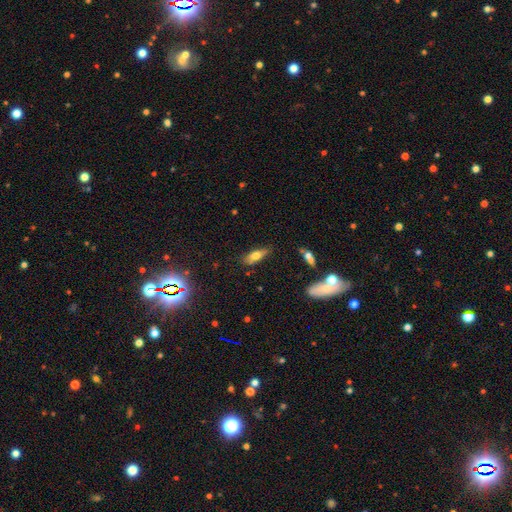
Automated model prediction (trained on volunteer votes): A smooth galaxy with no disk features (62%) that is in between round and cigar-shaped (57%). Merging: none (74%).